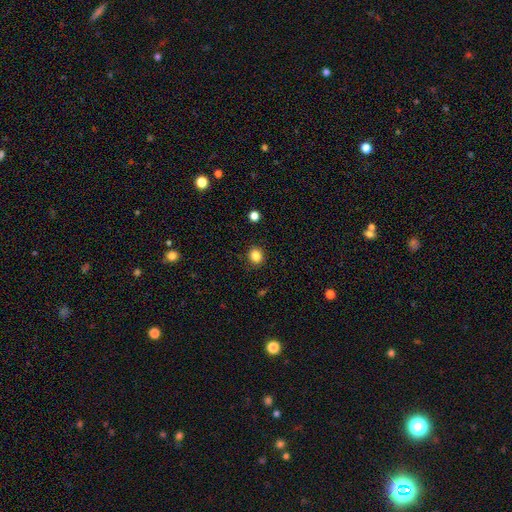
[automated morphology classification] This is clearly a smooth galaxy (84%). How rounded: likely round (78%). Merging: clearly none (90%).